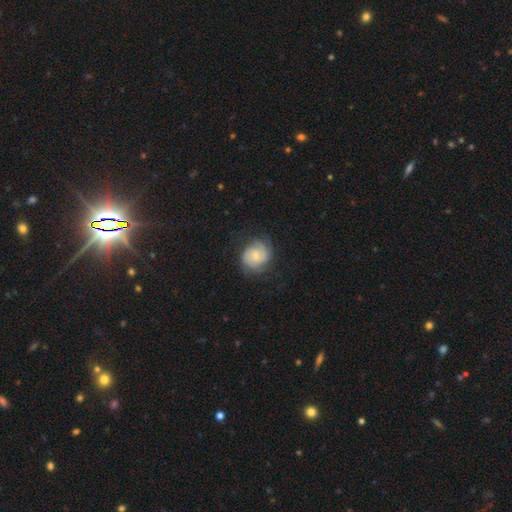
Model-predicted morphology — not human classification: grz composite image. It shows a featured or disk galaxy (54%) with no bar (64%), spiral arms (87%) and a small central bulge (53%). Merging: none (70%).